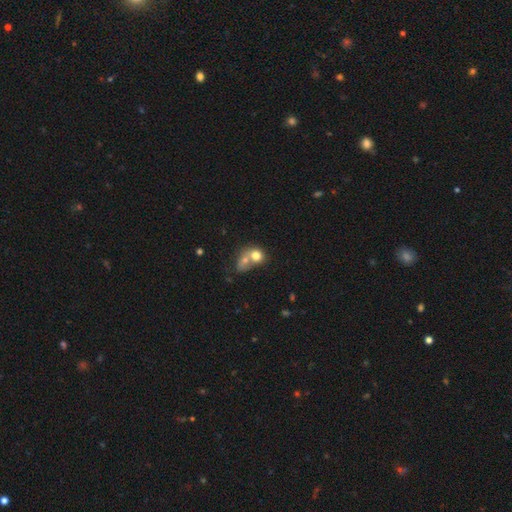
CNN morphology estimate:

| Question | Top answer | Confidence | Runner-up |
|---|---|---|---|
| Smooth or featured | smooth | 72% | featured or disk (18%) |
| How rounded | round | 63% | in between (36%) |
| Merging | merger | 69% | none (20%) |